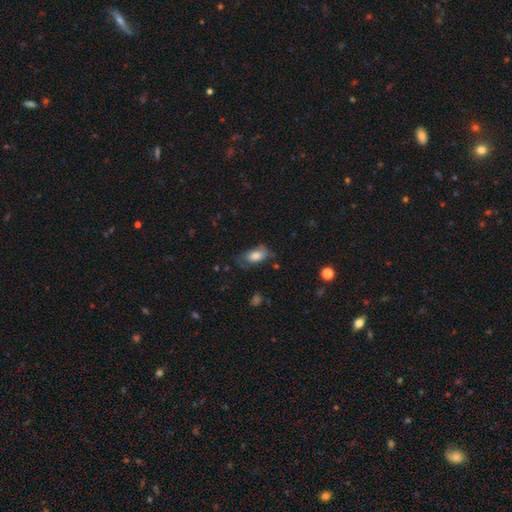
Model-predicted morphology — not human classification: smooth-or-featured: smooth: 74% | featured or disk: 18% | star or artifact: 8%
  how-rounded: in between: 90% | round: 6% | cigar-shaped: 4%
  merging: none: 50% | minor disturbance: 31% | major disturbance: 16% | merger: 2%